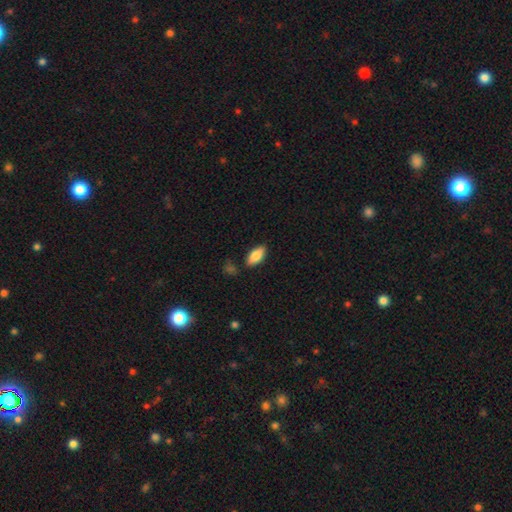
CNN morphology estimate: smooth 83%, featured or disk 11%, star or artifact 7%. Down the decision tree: how rounded — in between (87%); merging — none (83%).